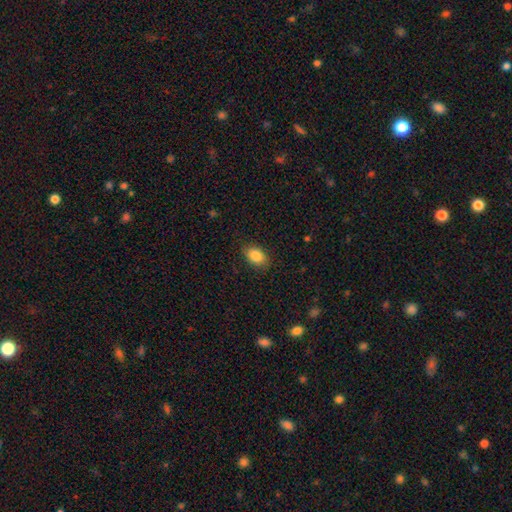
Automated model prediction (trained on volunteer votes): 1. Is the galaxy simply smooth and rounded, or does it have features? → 86% smooth, 8% star or artifact, 6% featured or disk.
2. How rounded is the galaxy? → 86% in between, 13% round, 1% cigar-shaped.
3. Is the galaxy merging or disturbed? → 85% none, 11% minor disturbance, 3% major disturbance, 1% merger.